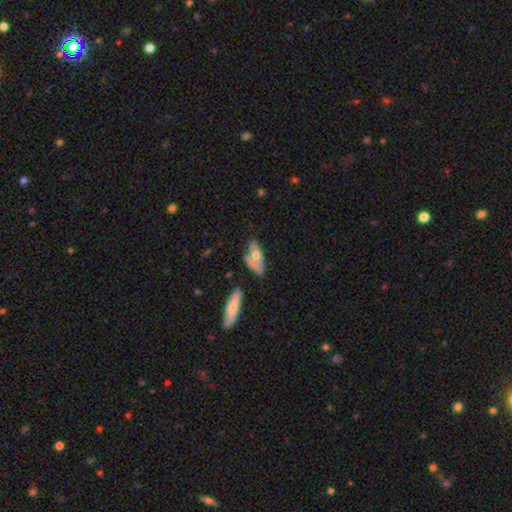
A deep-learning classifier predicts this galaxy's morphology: smooth-or-featured: smooth: 52% | featured or disk: 41% | star or artifact: 7%
  how-rounded: in between: 80% | cigar-shaped: 15% | round: 5%
  merging: none: 38% | minor disturbance: 28% | major disturbance: 19% | merger: 15%